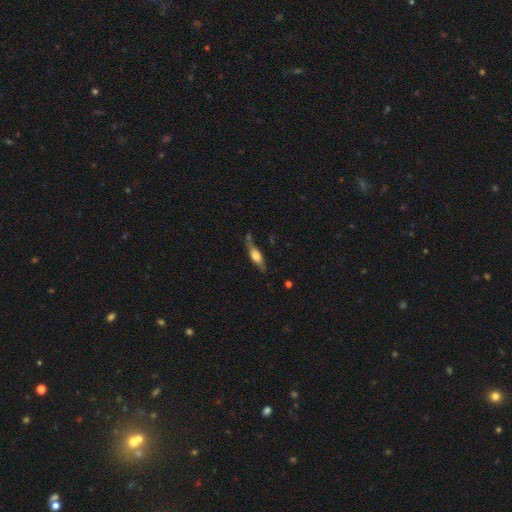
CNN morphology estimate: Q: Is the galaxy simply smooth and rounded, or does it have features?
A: smooth — 49%.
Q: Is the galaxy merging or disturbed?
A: none — 61%.